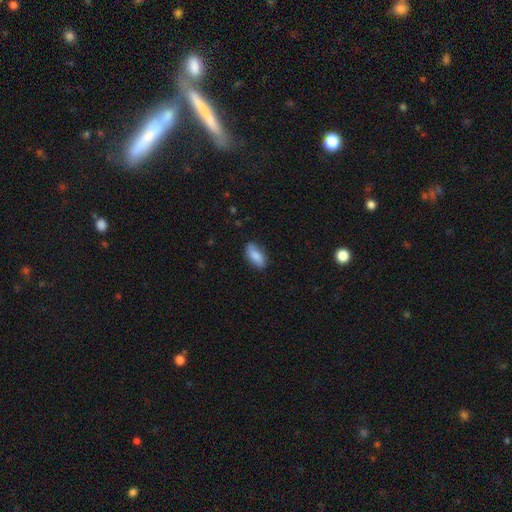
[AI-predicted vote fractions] Smooth or featured? smooth (78%)
How rounded? in between (85%)
Merging? none (78%)